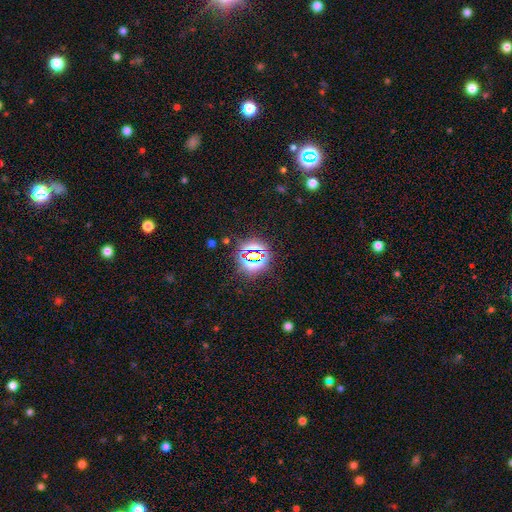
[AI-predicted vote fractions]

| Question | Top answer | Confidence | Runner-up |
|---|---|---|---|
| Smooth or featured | star or artifact | 74% | smooth (17%) |